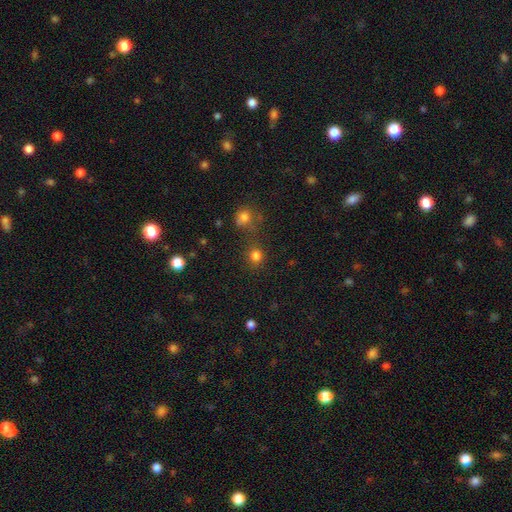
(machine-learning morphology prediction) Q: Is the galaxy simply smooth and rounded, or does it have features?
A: smooth — 79%.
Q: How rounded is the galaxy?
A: round — 85%.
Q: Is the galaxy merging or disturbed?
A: none — 70%.